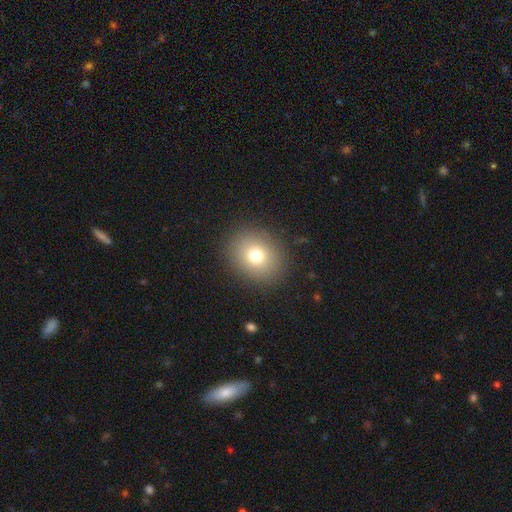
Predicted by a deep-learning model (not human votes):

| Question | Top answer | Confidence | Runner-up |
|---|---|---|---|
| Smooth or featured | smooth | 77% | star or artifact (12%) |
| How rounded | round | 67% | in between (33%) |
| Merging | none | 88% | minor disturbance (7%) |